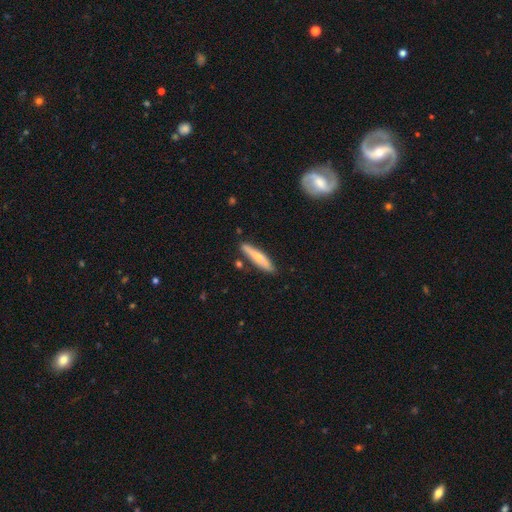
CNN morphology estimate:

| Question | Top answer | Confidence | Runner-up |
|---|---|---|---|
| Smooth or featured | smooth | 60% | featured or disk (34%) |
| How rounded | cigar-shaped | 90% | in between (8%) |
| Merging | none | 83% | minor disturbance (11%) |